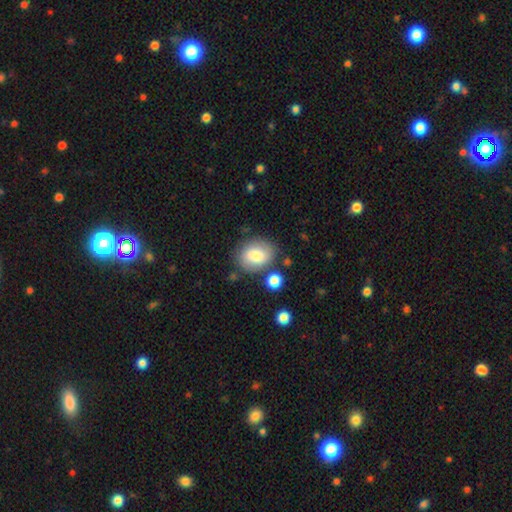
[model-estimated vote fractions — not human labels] This appears to be a smooth galaxy with no disk features (77%) that is in between round and cigar-shaped (56%). Merging: none (74%).